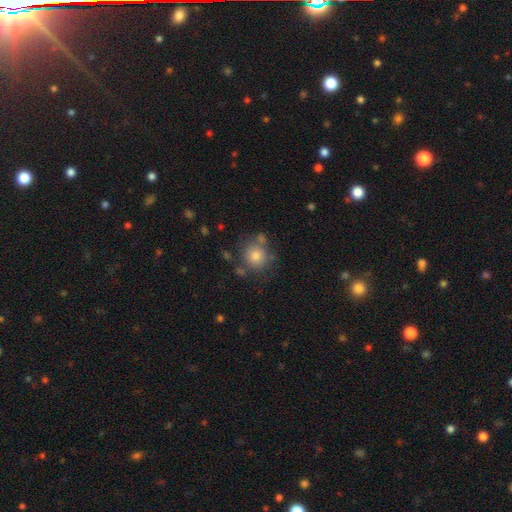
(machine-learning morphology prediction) Smooth or featured? smooth (77%)
How rounded? round (88%)
Merging? none (72%)